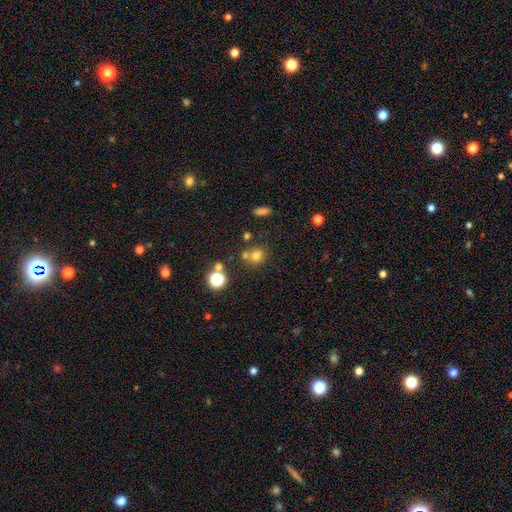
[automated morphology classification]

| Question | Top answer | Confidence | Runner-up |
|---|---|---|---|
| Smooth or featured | smooth | 71% | star or artifact (19%) |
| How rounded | round | 79% | in between (20%) |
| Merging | none | 58% | merger (27%) |